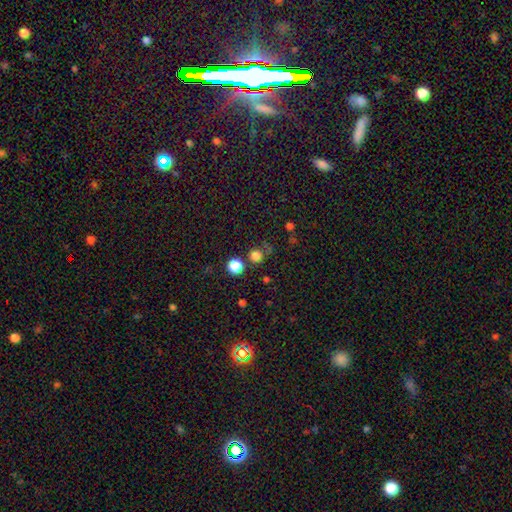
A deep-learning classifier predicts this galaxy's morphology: This is likely a smooth galaxy (78%). How rounded: clearly round (93%). Merging: likely none (77%).